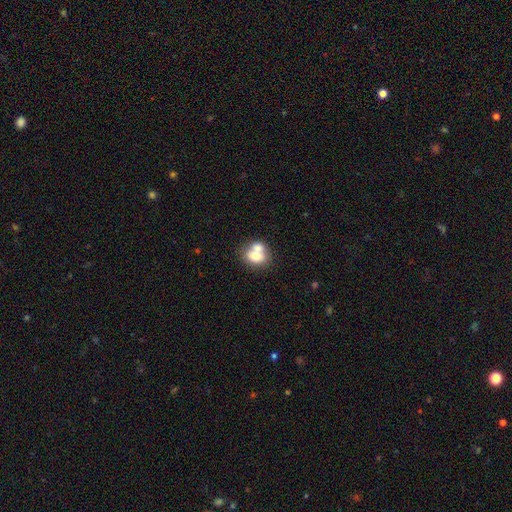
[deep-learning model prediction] This appears to be a smooth galaxy with no disk features (67%) that is round (59%). Merging: merger (55%).